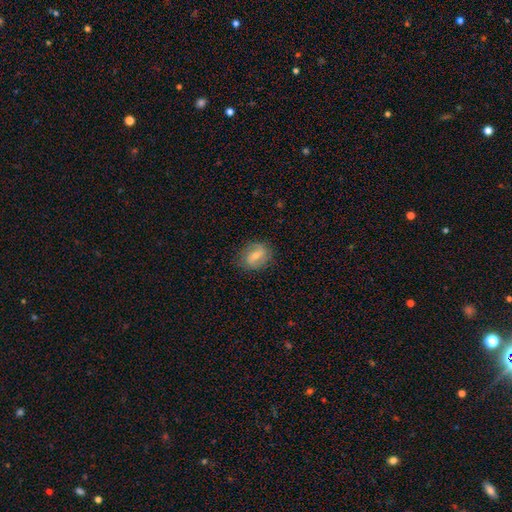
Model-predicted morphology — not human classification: Smooth or featured? Predicted: featured or disk (p=0.55). Edge-on disk? Predicted: no (p=0.95). Bar? Predicted: weak (p=0.45). Spiral arms? Predicted: yes (p=0.77). Bulge size? Predicted: moderate (p=0.49). Merging? Predicted: none (p=0.80).